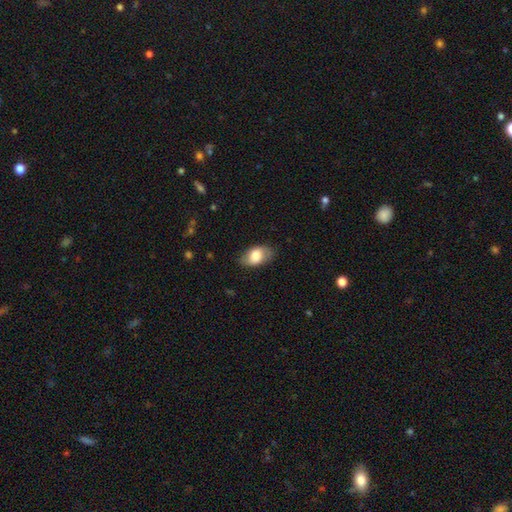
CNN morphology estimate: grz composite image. It shows a smooth galaxy with no disk features (71%) that is in between round and cigar-shaped (91%). Merging: none (76%).